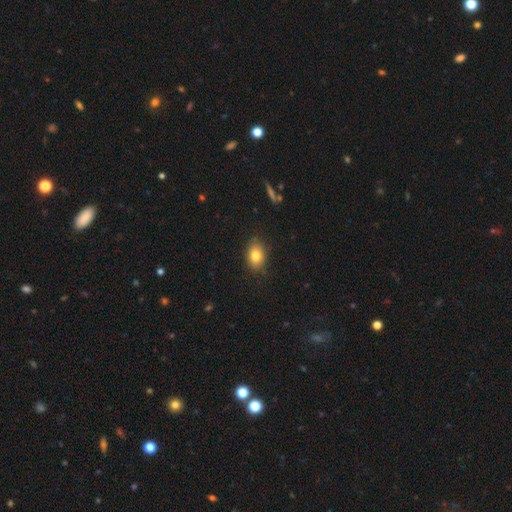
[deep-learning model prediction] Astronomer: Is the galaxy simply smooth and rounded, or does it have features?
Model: smooth — 80%.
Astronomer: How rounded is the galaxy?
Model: in between — 78%.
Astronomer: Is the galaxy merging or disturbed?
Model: none — 83%.